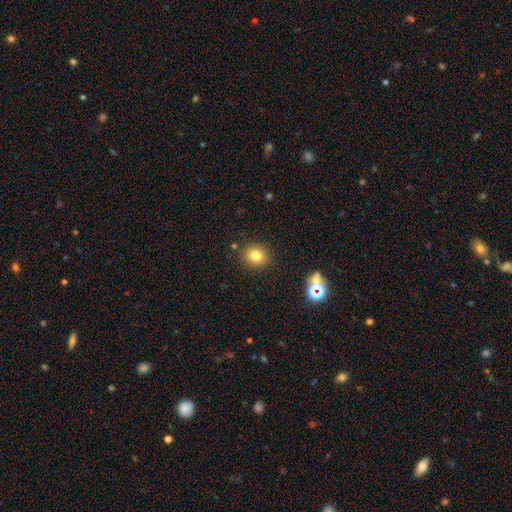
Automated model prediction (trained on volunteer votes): This is likely a smooth galaxy (79%). How rounded: likely round (80%). Merging: clearly none (87%).